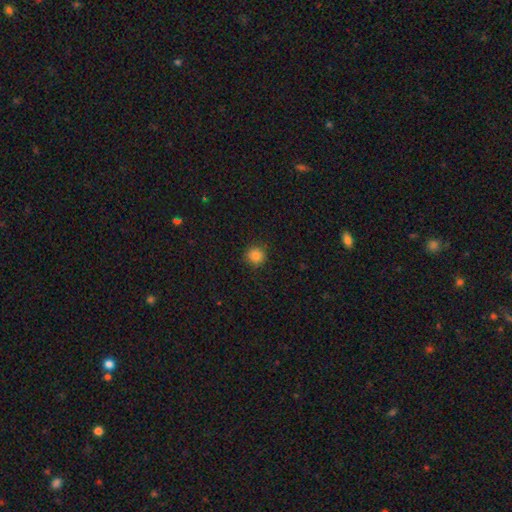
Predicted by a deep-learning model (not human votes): Overall: smooth (84%). How rounded: round (94%). Merging: none (90%).